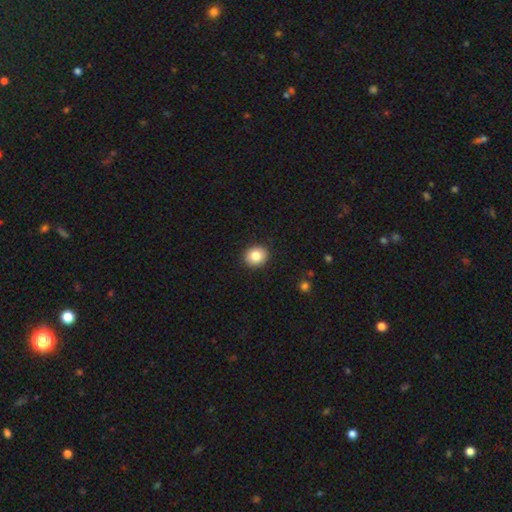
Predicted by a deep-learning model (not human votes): Smooth or featured?
  - smooth: 84% *
  - star or artifact: 9%
  - featured or disk: 7%
How rounded?
  - round: 74% *
  - in between: 25%
  - cigar-shaped: 1%
Merging?
  - none: 91% *
  - minor disturbance: 6%
  - major disturbance: 2%
  - merger: 1%